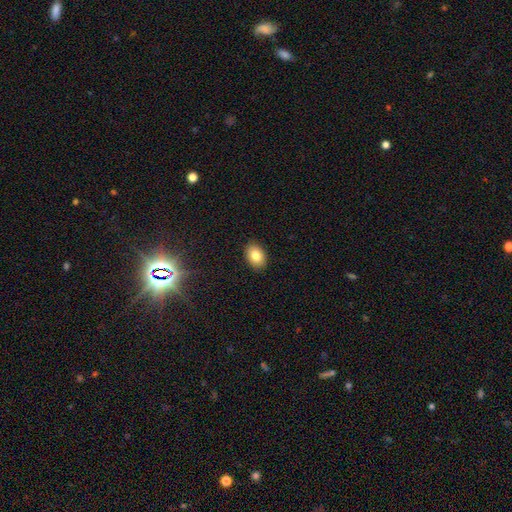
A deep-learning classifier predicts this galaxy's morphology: smooth-or-featured: smooth: 81% | featured or disk: 9% | star or artifact: 9%
  how-rounded: in between: 74% | round: 25% | cigar-shaped: 1%
  merging: none: 90% | minor disturbance: 7% | major disturbance: 2% | merger: 1%